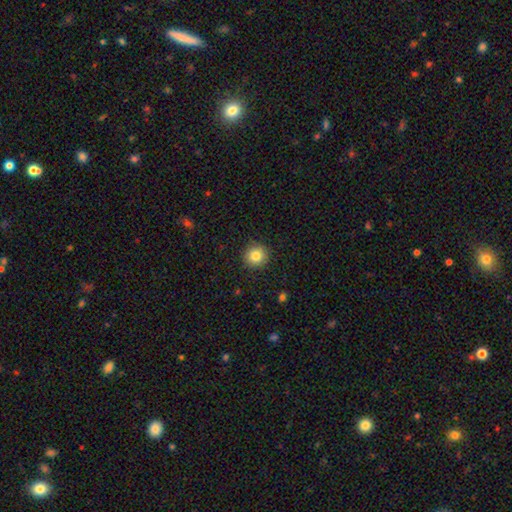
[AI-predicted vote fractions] Morphology: type=smooth (83%); roundness=round (94%); merging=none (91%).